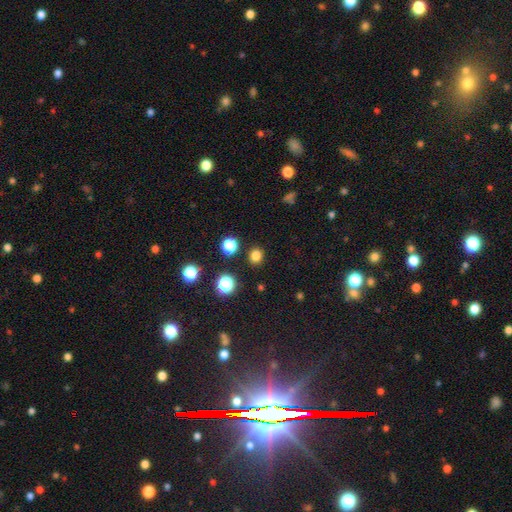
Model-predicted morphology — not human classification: smooth_or_featured: smooth (p=0.79) [alt: star or artifact p=0.17]
how_rounded: round (p=0.82) [alt: in between p=0.17]
merging: none (p=0.89) [alt: minor disturbance p=0.06]